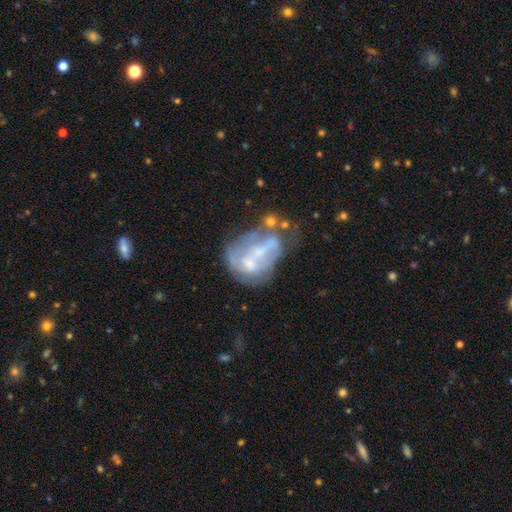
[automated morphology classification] Smooth or featured?
  - featured or disk: 63% *
  - smooth: 25%
  - star or artifact: 12%
Edge-on disk?
  - no: 97% *
  - yes: 3%
Bar?
  - no: 70% *
  - weak: 21%
  - strong: 9%
Spiral arms?
  - no: 79% *
  - yes: 21%
Bulge size?
  - none: 34% *
  - small: 32%
  - moderate: 29%
  - large: 4%
  - dominant: 2%
Merging?
  - major disturbance: 30% *
  - merger: 28%
  - none: 25%
  - minor disturbance: 18%